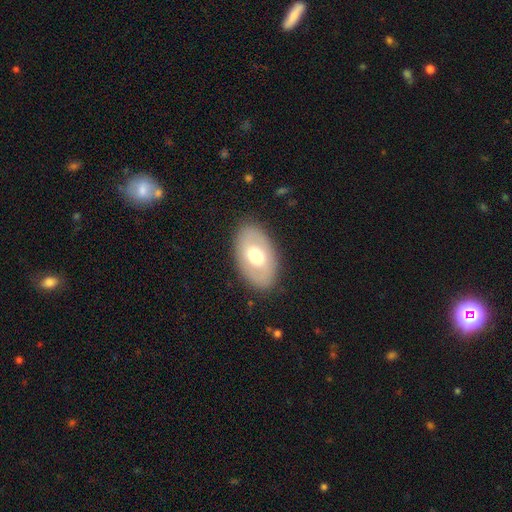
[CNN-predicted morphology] This is possibly a smooth galaxy (55%). How rounded: clearly in between (89%). Merging: clearly none (85%).